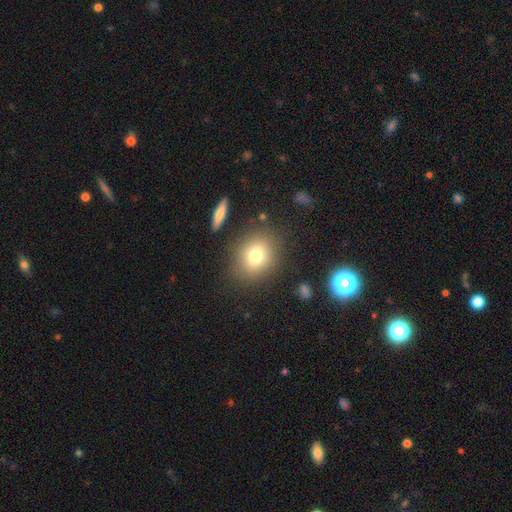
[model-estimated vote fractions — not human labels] Morphology: type=smooth (76%); roundness=round (63%); merging=none (82%).